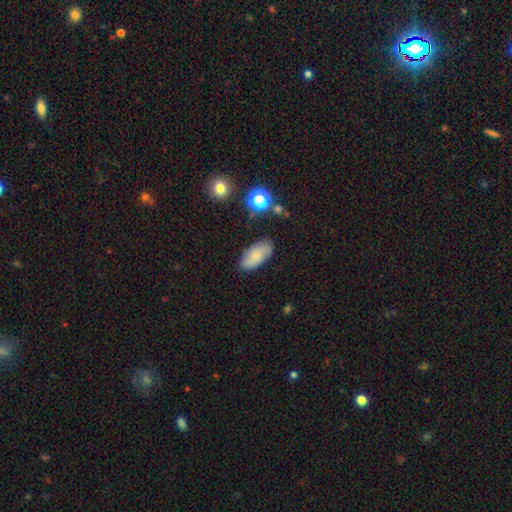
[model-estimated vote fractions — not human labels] Smooth or featured? Predicted: smooth (p=0.78). How rounded? Predicted: in between (p=0.91). Merging? Predicted: none (p=0.79).